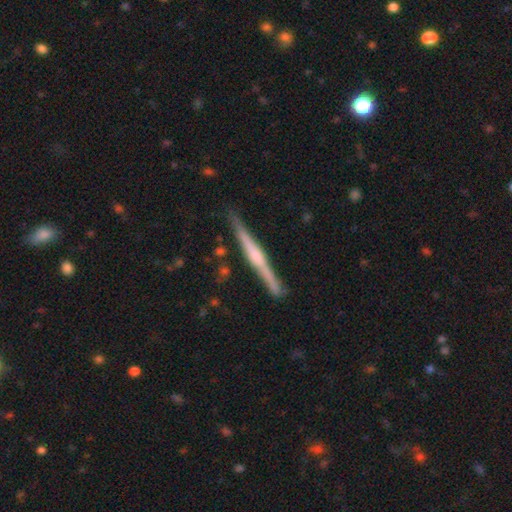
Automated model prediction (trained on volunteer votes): Q: Smooth or featured?
A: featured or disk (74%); runner-up: smooth (21%)
Q: Edge-on disk?
A: yes (98%); runner-up: no (2%)
Q: Edge-on bulge?
A: rounded (61%); runner-up: none (20%)
Q: Merging?
A: none (87%); runner-up: minor disturbance (9%)